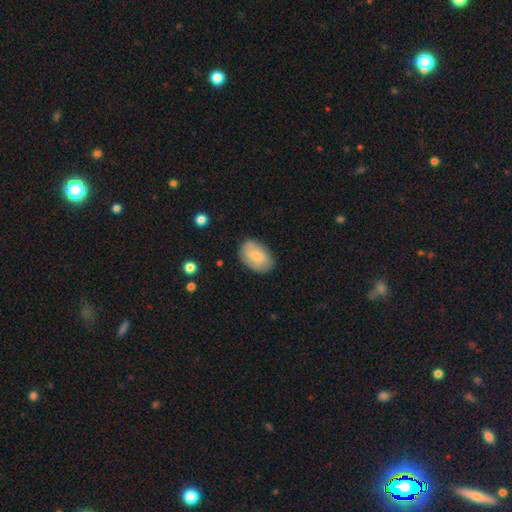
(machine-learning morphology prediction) smooth 72%, featured or disk 21%, star or artifact 6%. Down the decision tree: how rounded — in between (87%); merging — none (81%).